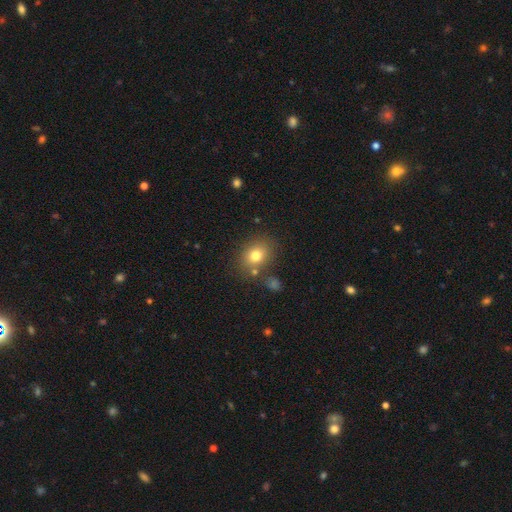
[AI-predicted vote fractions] smooth_or_featured: smooth (p=0.77) [alt: star or artifact p=0.12]
how_rounded: round (p=0.50) [alt: in between p=0.49]
merging: none (p=0.73) [alt: minor disturbance p=0.13]